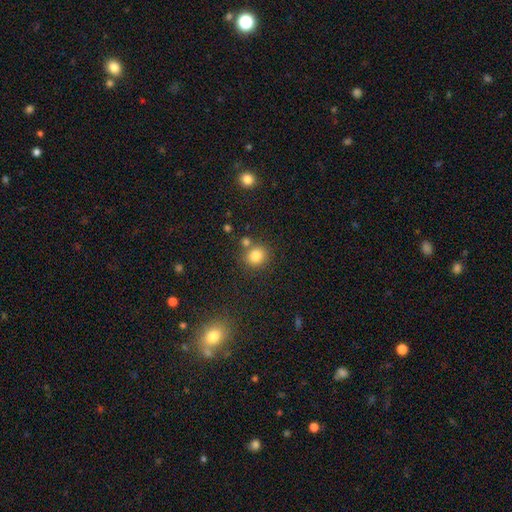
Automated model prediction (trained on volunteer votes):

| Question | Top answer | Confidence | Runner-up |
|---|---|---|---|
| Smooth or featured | smooth | 82% | star or artifact (12%) |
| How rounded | round | 80% | in between (19%) |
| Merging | none | 71% | merger (16%) |